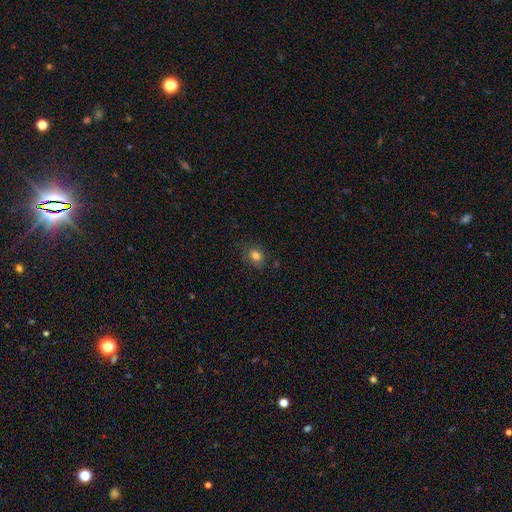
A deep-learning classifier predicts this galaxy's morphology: Smooth or featured: smooth — 80% (star or artifact — 12%)
How rounded: round — 51% (in between — 48%)
Merging: none — 78% (minor disturbance — 16%)